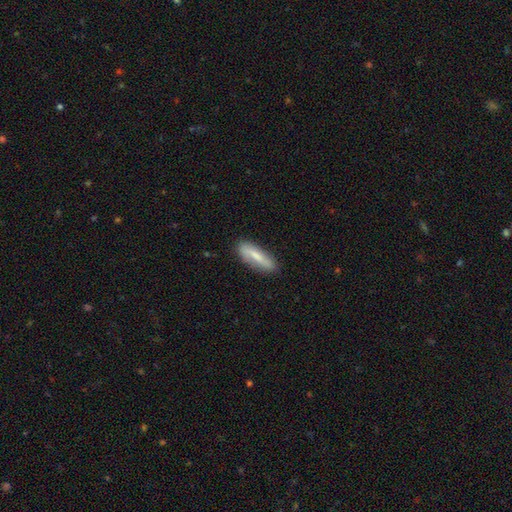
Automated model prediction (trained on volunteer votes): The model was most divided on "how rounded": cigar-shaped: 57%, in between: 41%, round: 2%. More confident: merging — none (81%); smooth or featured — smooth (64%).